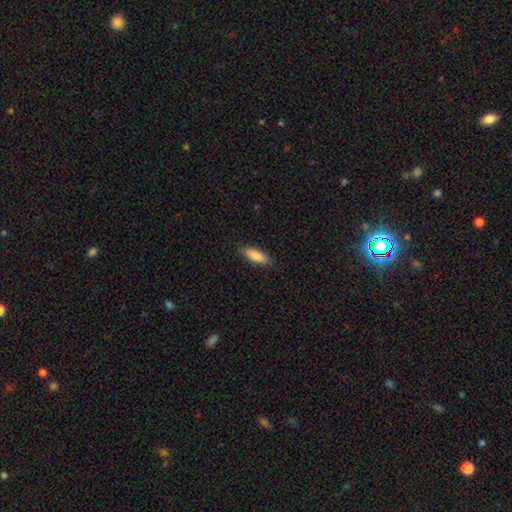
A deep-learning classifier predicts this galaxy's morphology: type=smooth (85%); roundness=in between (67%); merging=none (86%).